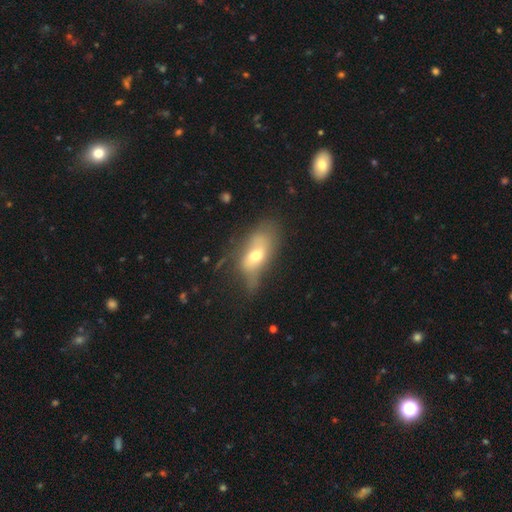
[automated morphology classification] A smooth galaxy with no disk features (51%) that is in between round and cigar-shaped (82%).

Vote fractions:
- Smooth or featured? smooth: 51% / featured or disk: 39% / star or artifact: 9%
- How rounded? in between: 82% / cigar-shaped: 12% / round: 6%
- Merging? none: 39% / minor disturbance: 32% / major disturbance: 25% / merger: 4%